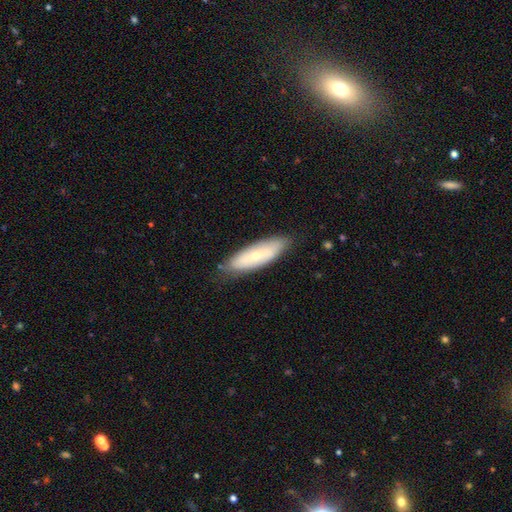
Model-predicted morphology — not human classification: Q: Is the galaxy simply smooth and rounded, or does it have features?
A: smooth — 56%.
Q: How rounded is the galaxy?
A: cigar-shaped — 51%.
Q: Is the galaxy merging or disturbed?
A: none — 81%.